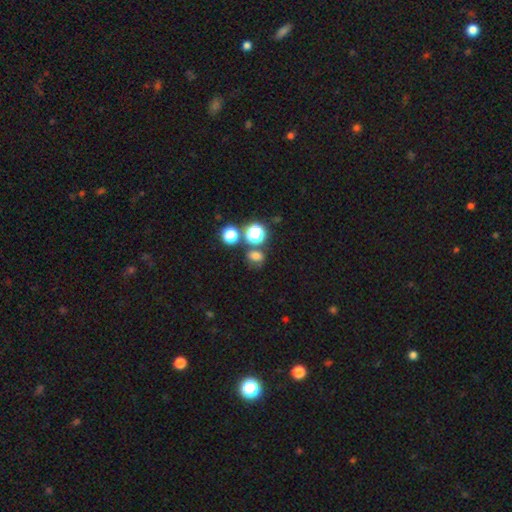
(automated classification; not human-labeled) Smooth or featured? Predicted: smooth (p=0.66). How rounded? Predicted: round (p=0.57). Merging? Predicted: none (p=0.64).